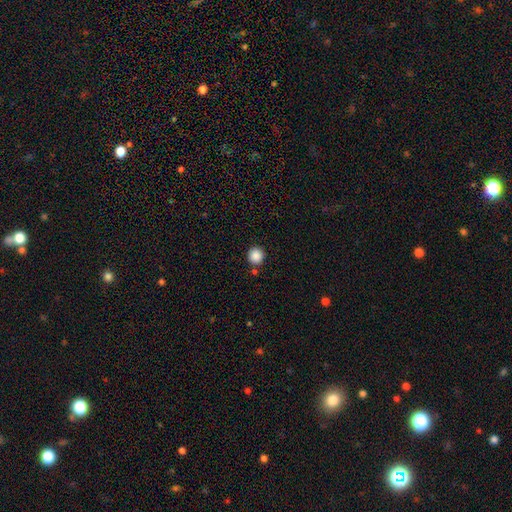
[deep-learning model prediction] Morphology: type=smooth (88%); roundness=round (94%); merging=none (85%).